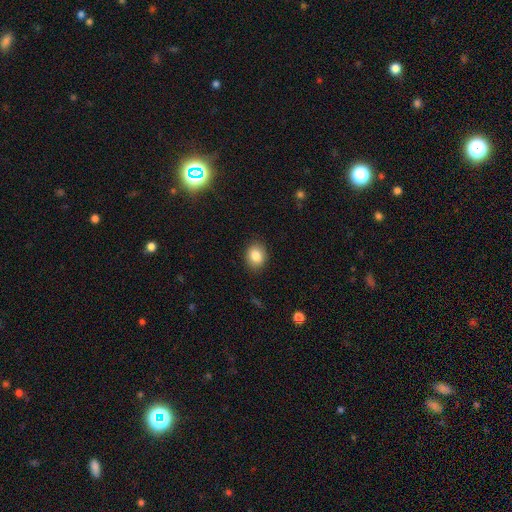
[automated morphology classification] Smooth or featured? Predicted: smooth (p=0.84). How rounded? Predicted: round (p=0.50). Merging? Predicted: none (p=0.88).